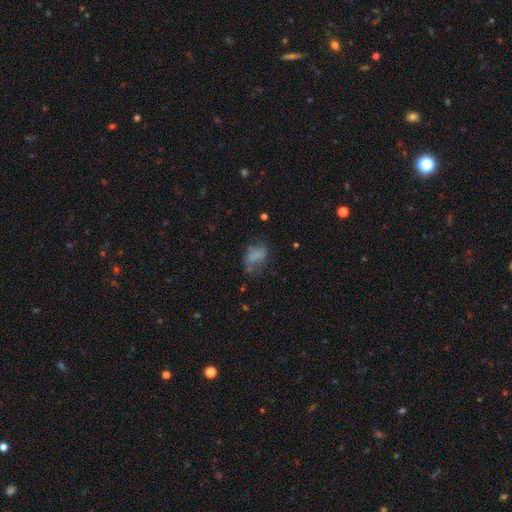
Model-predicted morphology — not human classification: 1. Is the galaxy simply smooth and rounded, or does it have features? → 60% smooth, 28% featured or disk, 12% star or artifact.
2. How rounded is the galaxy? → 83% in between, 13% round, 4% cigar-shaped.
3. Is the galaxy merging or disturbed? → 43% none, 28% minor disturbance, 25% major disturbance, 4% merger.